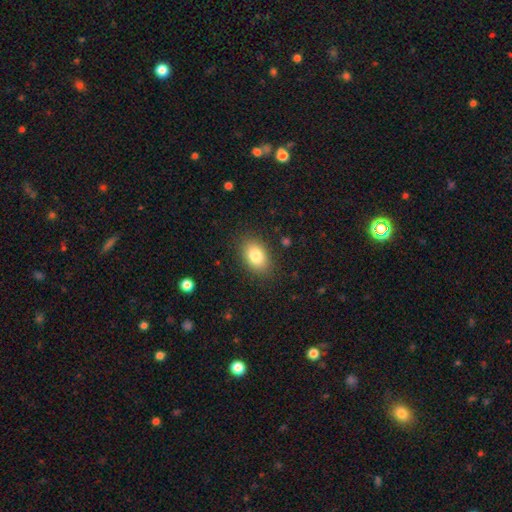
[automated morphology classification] Smooth or featured? smooth (83%)
How rounded? in between (84%)
Merging? none (86%)